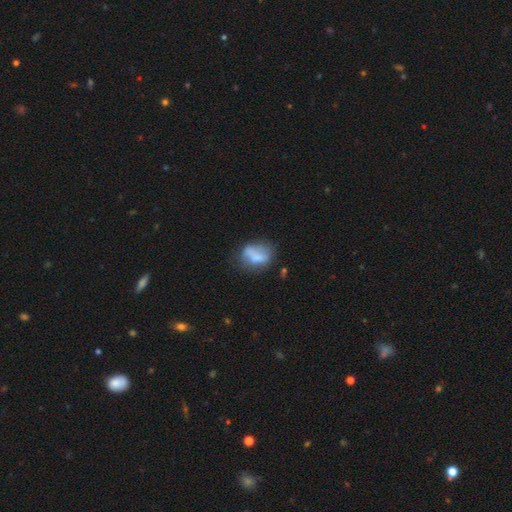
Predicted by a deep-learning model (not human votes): smooth-or-featured: smooth: 64% | featured or disk: 27% | star or artifact: 9%
  how-rounded: in between: 70% | round: 26% | cigar-shaped: 4%
  merging: none: 39% | minor disturbance: 28% | major disturbance: 19% | merger: 14%